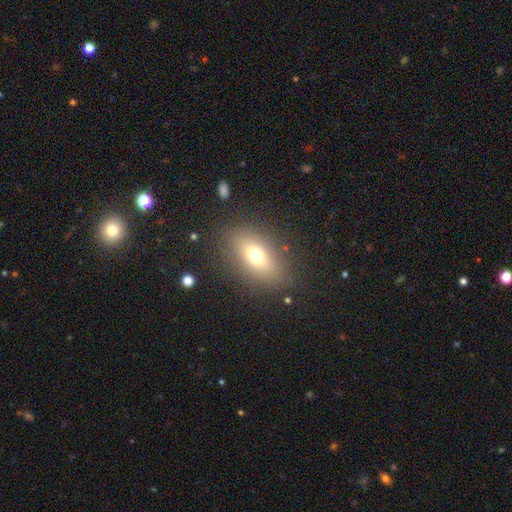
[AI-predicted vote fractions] smooth-or-featured: smooth: 68% | featured or disk: 18% | star or artifact: 14%
  how-rounded: in between: 78% | round: 18% | cigar-shaped: 5%
  merging: none: 83% | minor disturbance: 10% | major disturbance: 5% | merger: 2%